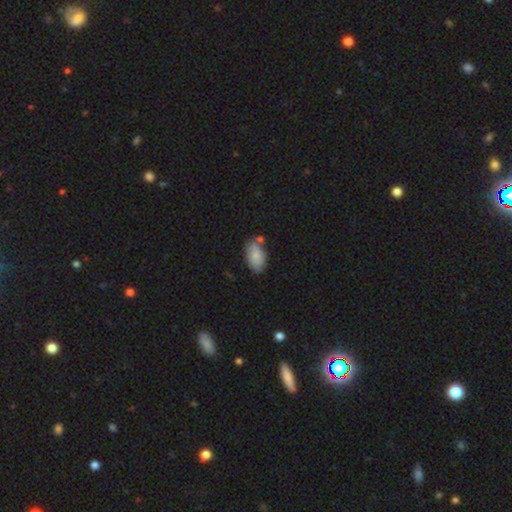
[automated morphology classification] Overall: smooth (82%). How rounded: in between (94%). Merging: none (67%).